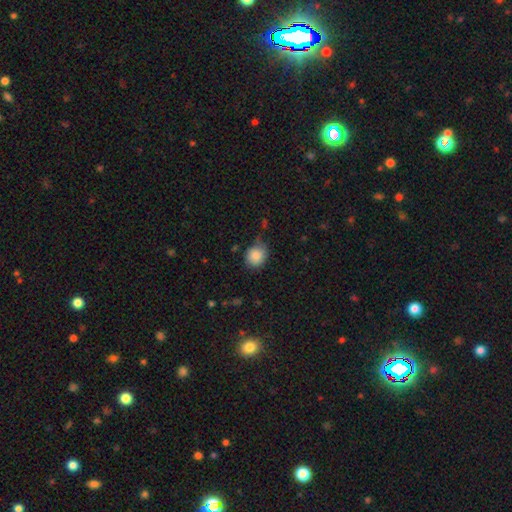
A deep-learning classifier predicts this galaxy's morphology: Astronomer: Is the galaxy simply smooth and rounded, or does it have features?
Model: smooth — 85%.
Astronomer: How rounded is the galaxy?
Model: round — 76%.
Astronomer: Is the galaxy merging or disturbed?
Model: none — 63%.